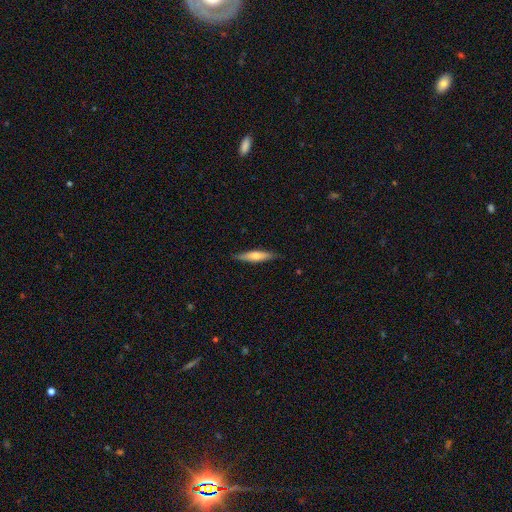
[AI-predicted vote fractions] Morphology: type=smooth (59%); roundness=cigar-shaped (81%); merging=none (86%).